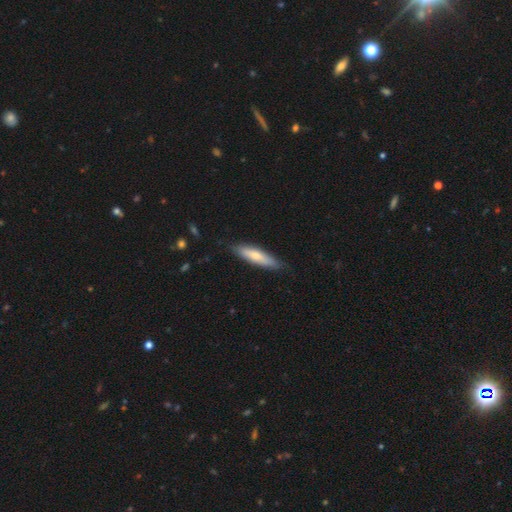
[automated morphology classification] Smooth or featured? Predicted: smooth (p=0.68). How rounded? Predicted: cigar-shaped (p=0.74). Merging? Predicted: none (p=0.82).